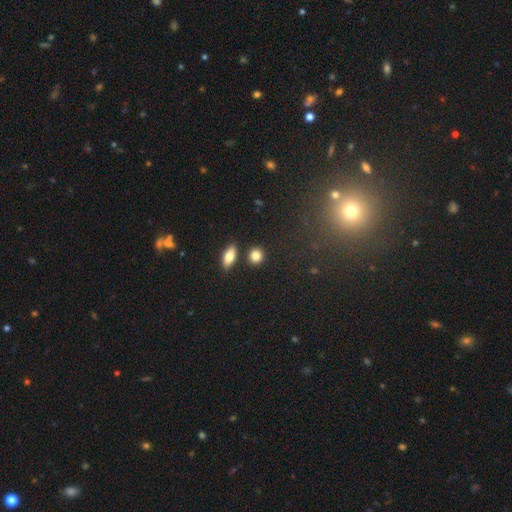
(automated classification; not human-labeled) A smooth galaxy with no disk features (84%) that is round (71%). Merging: none (82%).